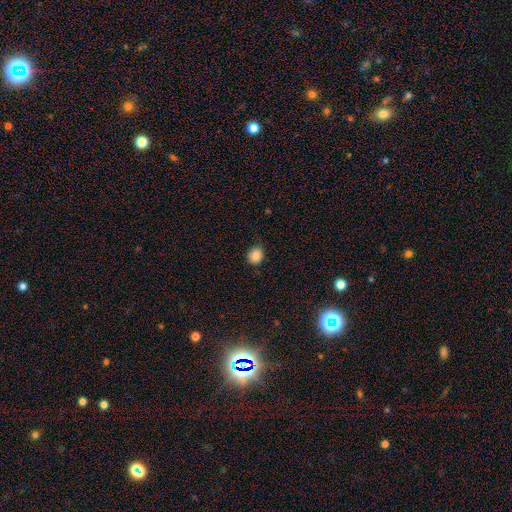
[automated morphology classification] Smooth or featured? Predicted: smooth (p=0.87). How rounded? Predicted: round (p=0.69). Merging? Predicted: none (p=0.81).